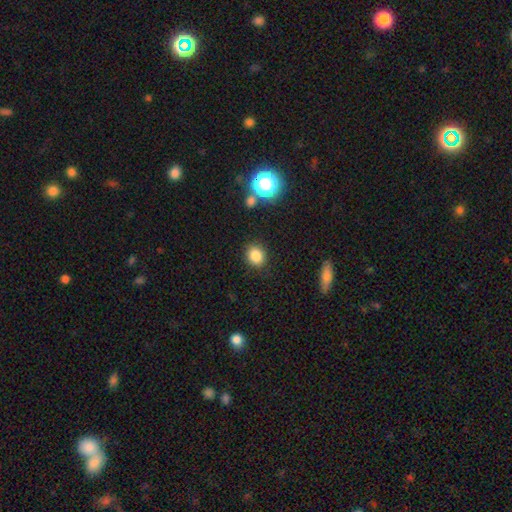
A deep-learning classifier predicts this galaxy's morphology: The model was most divided on "how rounded": round: 68%, in between: 31%, cigar-shaped: 1%. More confident: merging — none (87%); smooth or featured — smooth (84%).